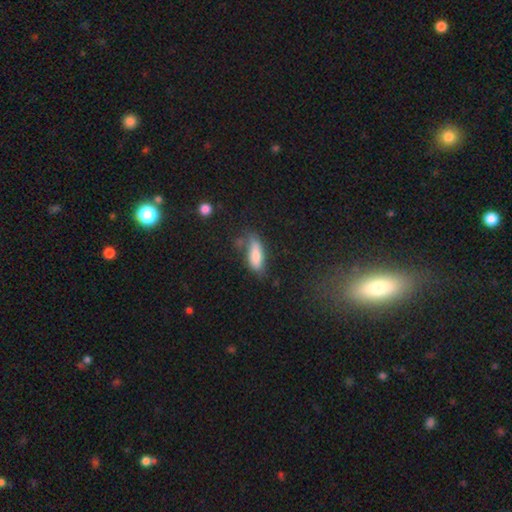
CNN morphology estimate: A smooth galaxy with no disk features (79%) that is in between round and cigar-shaped (66%).

Vote fractions:
- Smooth or featured? smooth: 79% / featured or disk: 14% / star or artifact: 7%
- How rounded? in between: 66% / cigar-shaped: 32% / round: 3%
- Merging? none: 53% / minor disturbance: 27% / major disturbance: 11% / merger: 9%